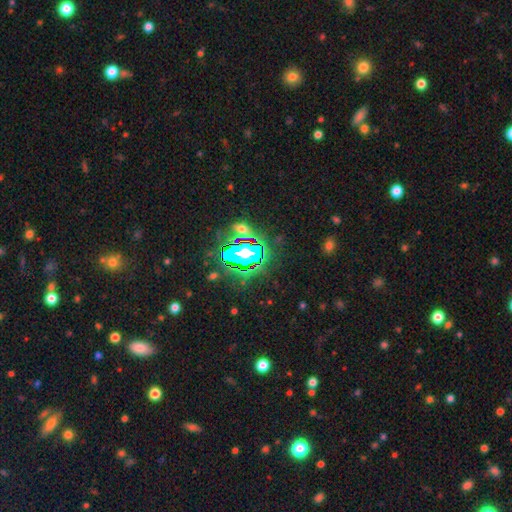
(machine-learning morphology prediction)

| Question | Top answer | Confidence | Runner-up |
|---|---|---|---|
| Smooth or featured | star or artifact | 79% | smooth (12%) |